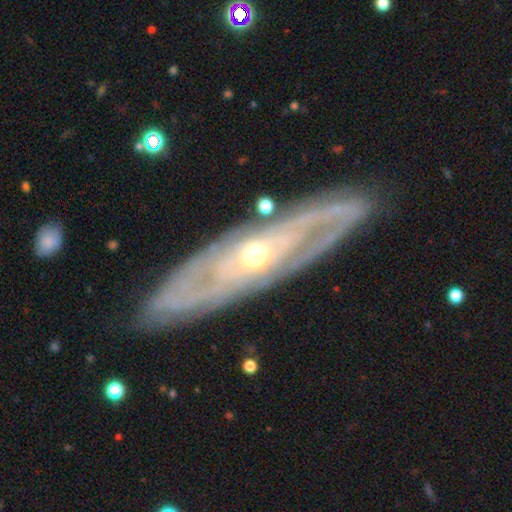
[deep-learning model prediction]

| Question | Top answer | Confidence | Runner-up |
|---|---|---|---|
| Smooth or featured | featured or disk | 84% | smooth (11%) |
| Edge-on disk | no | 69% | yes (31%) |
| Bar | no | 74% | weak (18%) |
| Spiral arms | yes | 67% | no (33%) |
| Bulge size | moderate | 68% | small (25%) |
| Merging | none | 80% | minor disturbance (13%) |